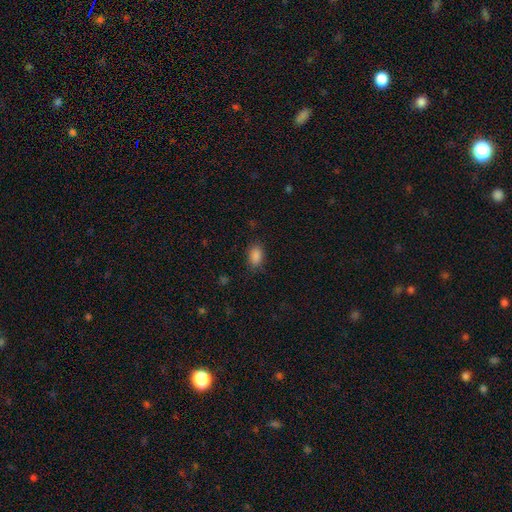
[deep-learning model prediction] This appears to be a smooth galaxy with no disk features (87%) that is in between round and cigar-shaped (88%). Merging: none (82%).